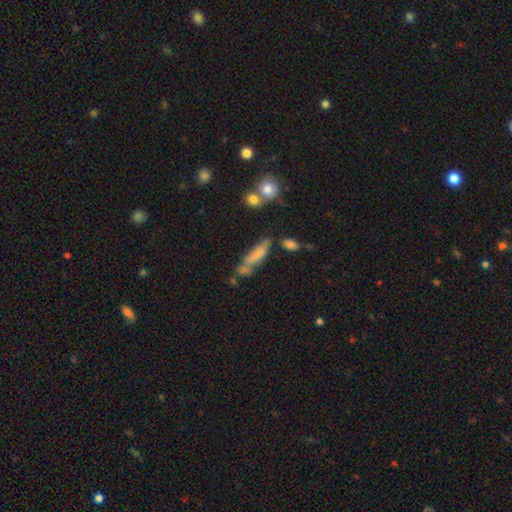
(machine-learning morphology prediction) Smooth or featured: smooth — 61% (featured or disk — 27%)
How rounded: cigar-shaped — 70% (in between — 27%)
Merging: none — 46% (merger — 22%)